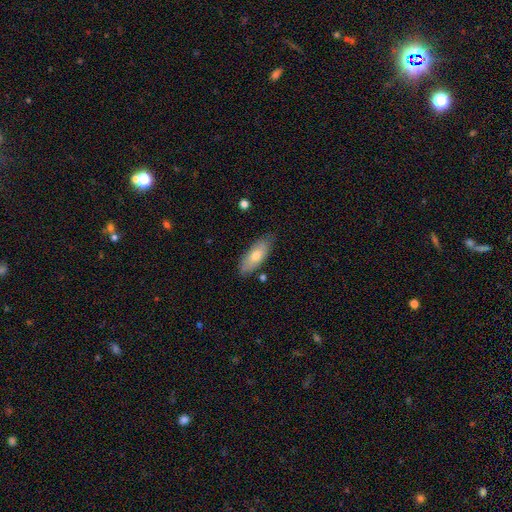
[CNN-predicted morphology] A smooth galaxy with no disk features (70%) that is in between round and cigar-shaped (76%).

Vote fractions:
- Smooth or featured? smooth: 70% / featured or disk: 24% / star or artifact: 6%
- How rounded? in between: 76% / cigar-shaped: 22% / round: 2%
- Merging? none: 80% / minor disturbance: 15% / major disturbance: 2% / merger: 2%